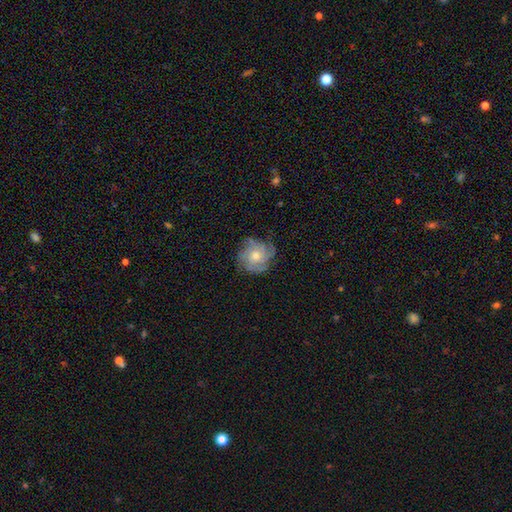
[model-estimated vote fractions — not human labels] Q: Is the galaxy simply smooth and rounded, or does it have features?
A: featured or disk — 69%.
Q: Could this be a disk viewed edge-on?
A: no — 97%.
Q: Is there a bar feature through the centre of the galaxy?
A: no — 82%.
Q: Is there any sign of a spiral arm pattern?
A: yes — 91%.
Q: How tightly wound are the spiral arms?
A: tight — 59%.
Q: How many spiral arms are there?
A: can't tell — 35%.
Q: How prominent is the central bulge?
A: moderate — 64%.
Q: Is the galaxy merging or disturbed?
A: none — 76%.